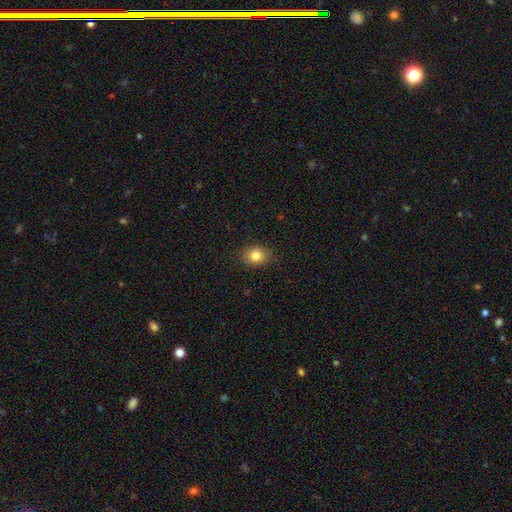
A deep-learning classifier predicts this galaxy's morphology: smooth-or-featured: smooth: 83% | star or artifact: 10% | featured or disk: 7%
  how-rounded: round: 50% | in between: 49% | cigar-shaped: 1%
  merging: none: 86% | minor disturbance: 11% | major disturbance: 2% | merger: 1%